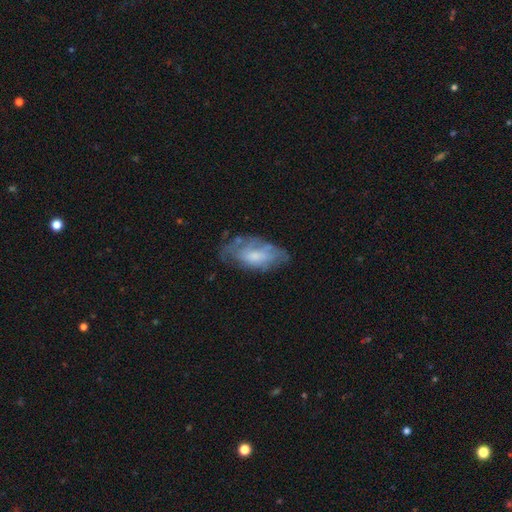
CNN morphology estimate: type=featured or disk (48%); merging=none (54%).